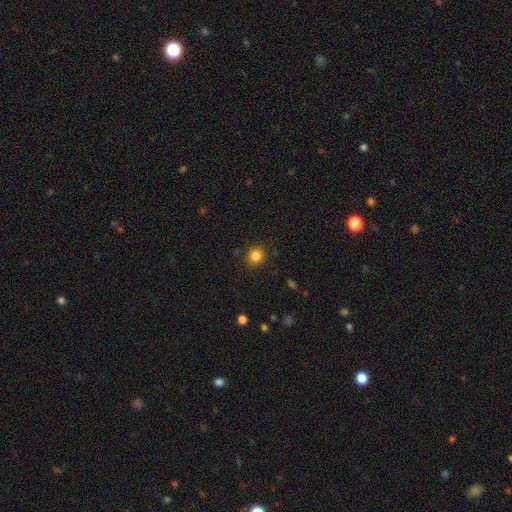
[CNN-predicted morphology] The model was most divided on "smooth or featured": smooth: 83%, star or artifact: 12%, featured or disk: 5%. More confident: how rounded — round (89%); merging — none (89%).